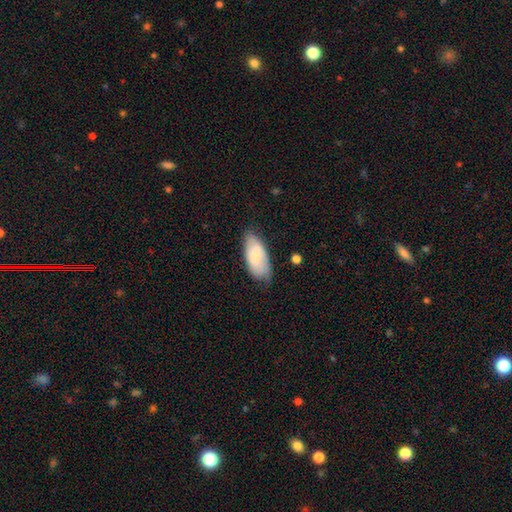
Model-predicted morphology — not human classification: A smooth galaxy with no disk features (73%) that is in between round and cigar-shaped (90%). Merging: none (60%).